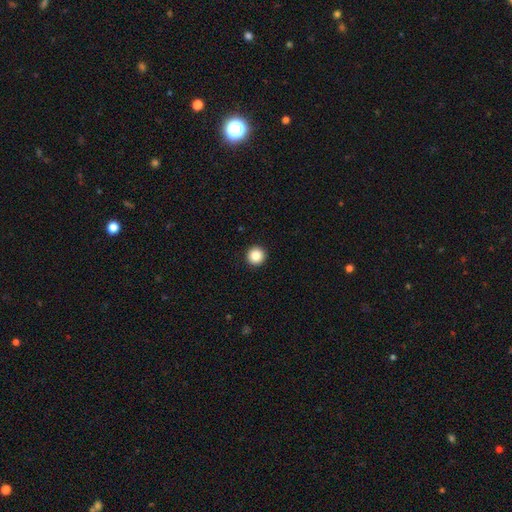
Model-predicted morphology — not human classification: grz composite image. It shows a smooth galaxy with no disk features (86%) that is round (96%). Merging: none (94%).